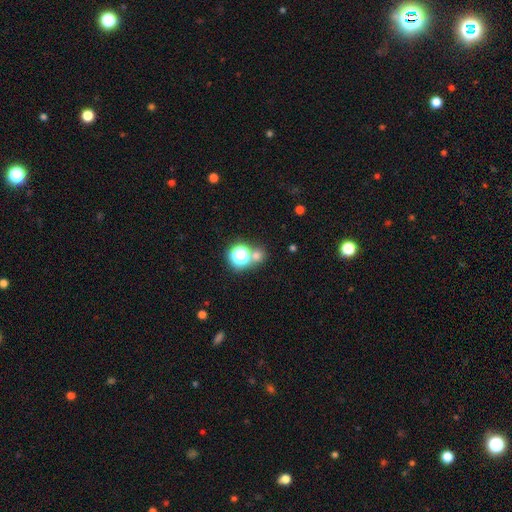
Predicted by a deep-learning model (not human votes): Morphology: type=smooth (60%); roundness=round (85%); merging=none (64%).